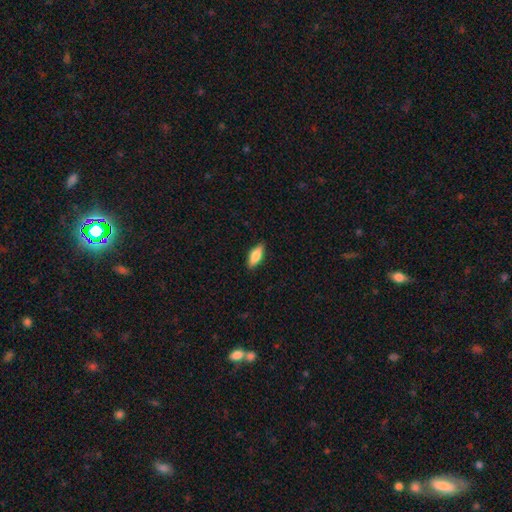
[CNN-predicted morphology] Q: Smooth or featured?
A: smooth (79%); runner-up: featured or disk (15%)
Q: How rounded?
A: in between (73%); runner-up: cigar-shaped (25%)
Q: Merging?
A: none (87%); runner-up: minor disturbance (10%)